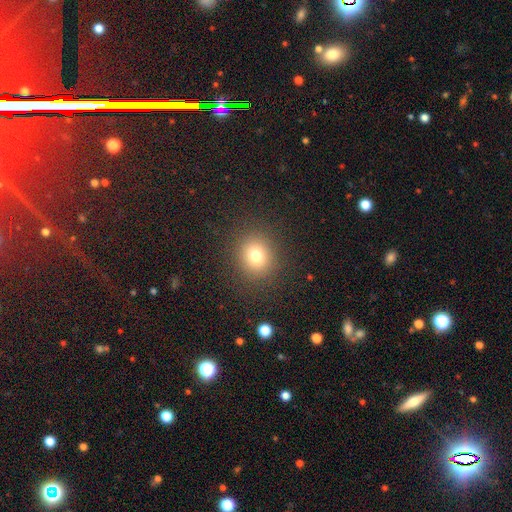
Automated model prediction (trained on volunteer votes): This appears to be a smooth galaxy with no disk features (75%) that is round (83%). Merging: none (89%).